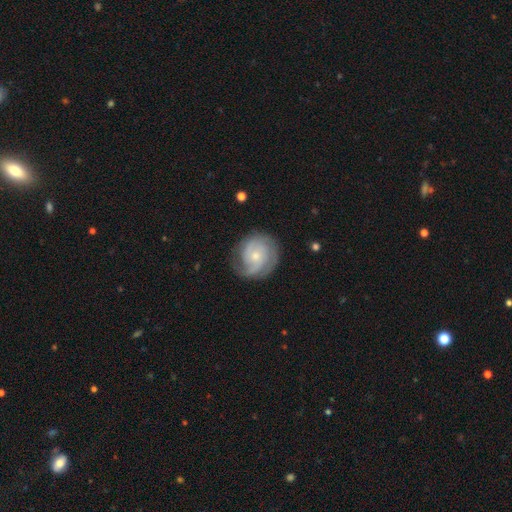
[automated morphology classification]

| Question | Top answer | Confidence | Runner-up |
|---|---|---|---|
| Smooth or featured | featured or disk | 78% | smooth (17%) |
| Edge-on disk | no | 98% | yes (2%) |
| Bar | no | 71% | weak (25%) |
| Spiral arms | yes | 94% | no (6%) |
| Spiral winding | tight | 50% | medium (38%) |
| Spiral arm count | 2 | 36% | 3 (26%) |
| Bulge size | small | 68% | moderate (27%) |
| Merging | none | 73% | minor disturbance (18%) |